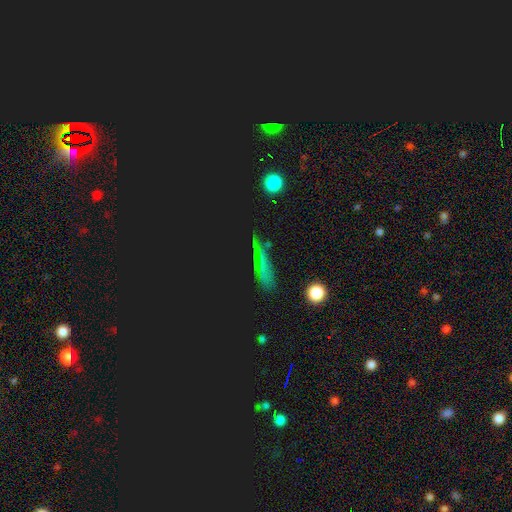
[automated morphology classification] type=star or artifact (59%).